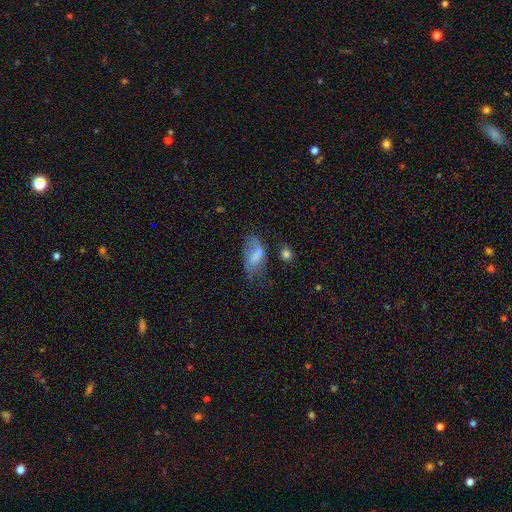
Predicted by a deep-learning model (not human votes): Smooth or featured? smooth (60%)
How rounded? in between (89%)
Merging? none (33%)